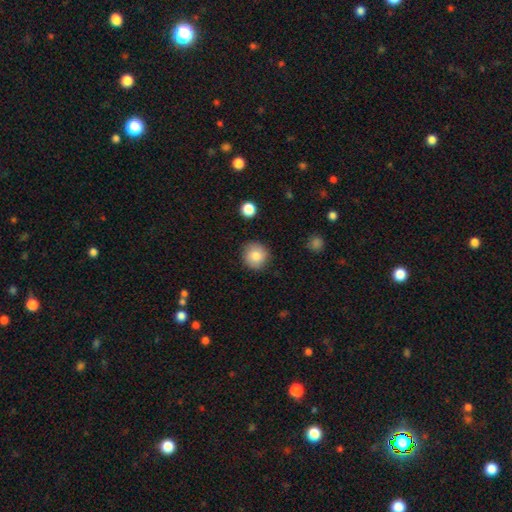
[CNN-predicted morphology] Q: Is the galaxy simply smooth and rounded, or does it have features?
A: smooth — 84%.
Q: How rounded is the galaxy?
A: round — 92%.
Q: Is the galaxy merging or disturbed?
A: none — 87%.